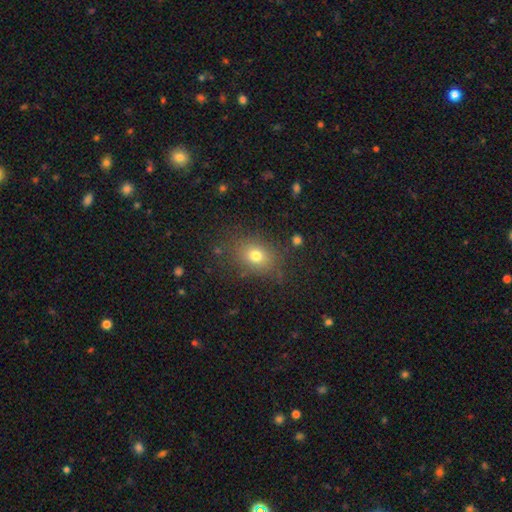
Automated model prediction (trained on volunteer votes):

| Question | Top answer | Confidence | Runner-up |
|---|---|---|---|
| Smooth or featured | smooth | 74% | star or artifact (15%) |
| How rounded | in between | 52% | round (47%) |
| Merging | none | 80% | minor disturbance (13%) |